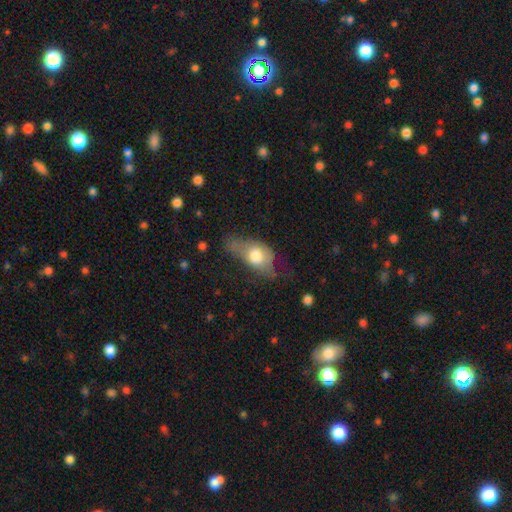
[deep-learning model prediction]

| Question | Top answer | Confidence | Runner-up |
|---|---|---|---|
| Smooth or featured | smooth | 64% | featured or disk (28%) |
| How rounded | in between | 79% | round (15%) |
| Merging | major disturbance | 37% | minor disturbance (32%) |